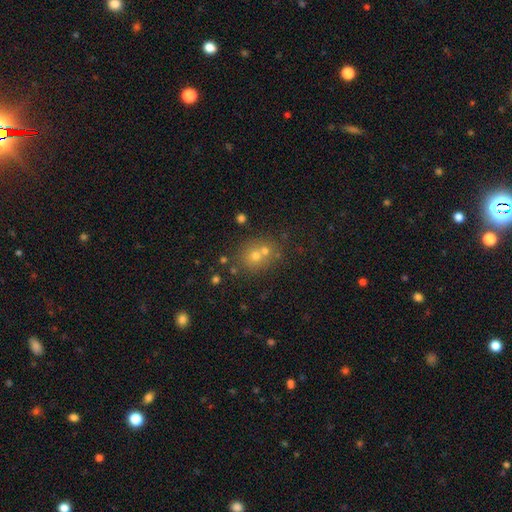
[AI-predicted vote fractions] The model was most divided on "merging": none: 54%, merger: 34%, minor disturbance: 8%, major disturbance: 3%. More confident: how rounded — round (77%); smooth or featured — smooth (56%).